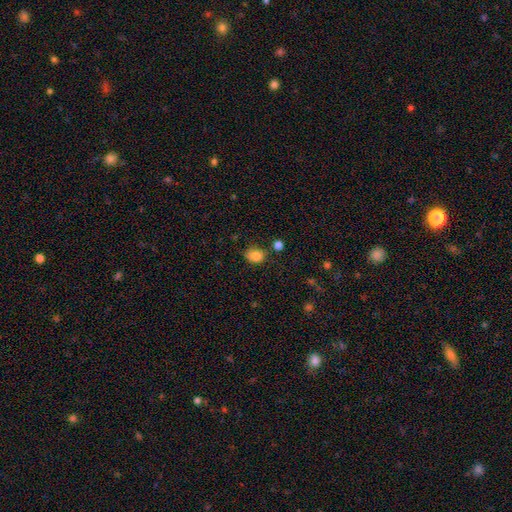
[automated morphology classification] smooth_or_featured: smooth (p=0.84) [alt: star or artifact p=0.11]
how_rounded: in between (p=0.51) [alt: round p=0.48]
merging: none (p=0.66) [alt: minor disturbance p=0.23]